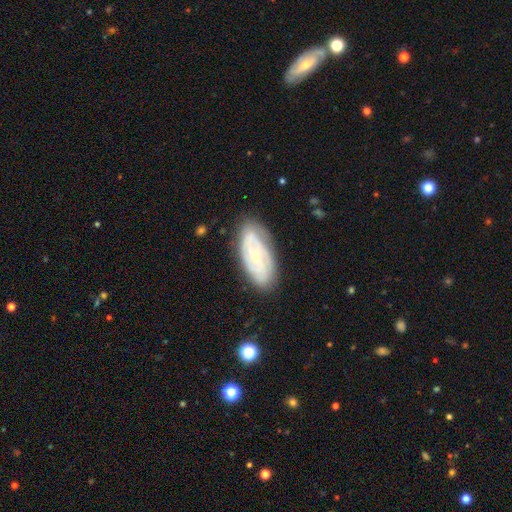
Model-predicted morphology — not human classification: The model was most divided on "spiral arm count": 2: 41%, can't tell: 38%, 3: 10%, 1: 4%, 4: 4%, more than 4: 3%. More confident: edge-on disk — no (93%); spiral arms — yes (85%); merging — none (79%); smooth or featured — featured or disk (72%); bulge size — small (70%); spiral winding — tight (66%); bar — no (60%).